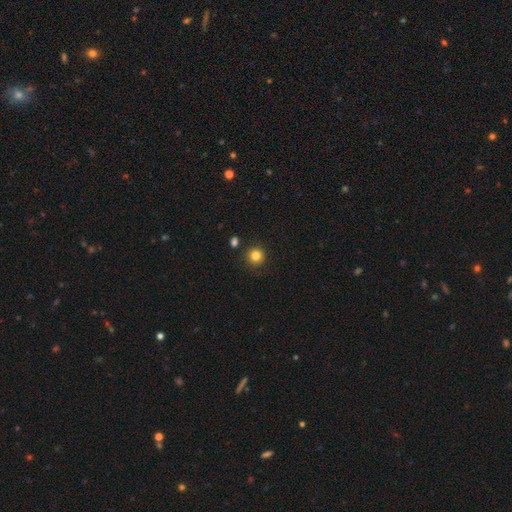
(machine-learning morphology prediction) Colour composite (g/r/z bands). It shows a smooth galaxy with no disk features (83%) that is round (94%). Merging: none (89%).